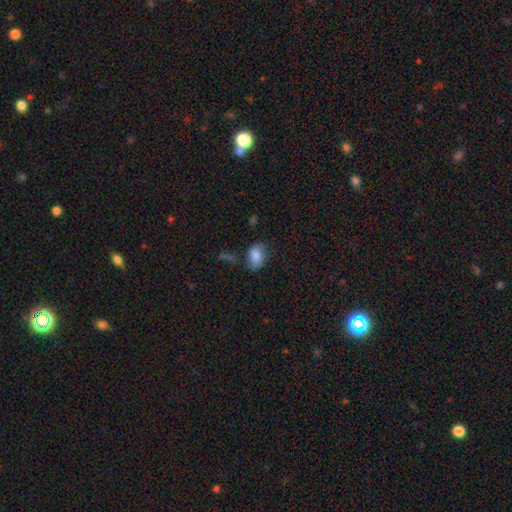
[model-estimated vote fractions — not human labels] smooth 82%, featured or disk 10%, star or artifact 8%. Down the decision tree: how rounded — in between (82%); merging — none (63%).